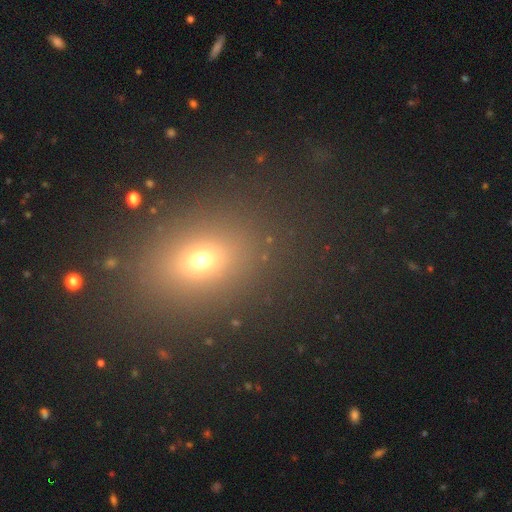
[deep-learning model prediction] This appears to be a smooth galaxy with no disk features (59%) that is in between round and cigar-shaped (60%). Merging: none (87%).